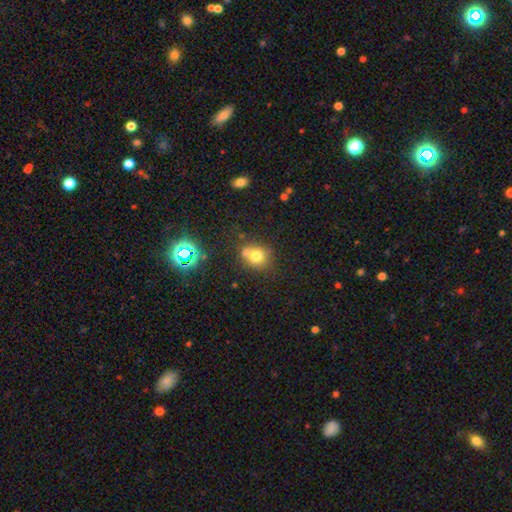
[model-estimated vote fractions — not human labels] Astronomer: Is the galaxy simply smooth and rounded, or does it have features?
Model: smooth — 72%.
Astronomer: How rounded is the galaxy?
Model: round — 81%.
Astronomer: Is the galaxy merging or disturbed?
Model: none — 55%.